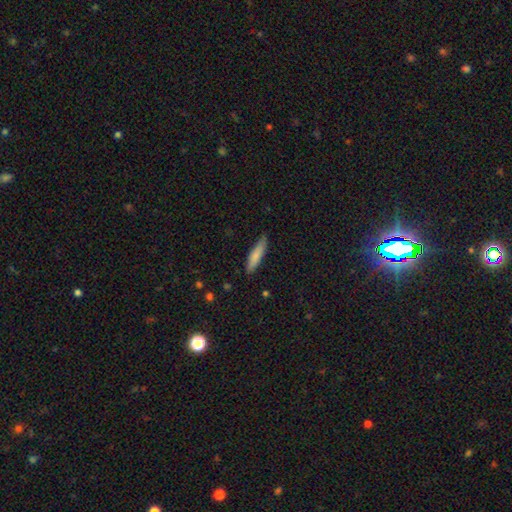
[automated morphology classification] The model was most divided on "how rounded": cigar-shaped: 80%, in between: 18%, round: 1%. More confident: merging — none (85%); smooth or featured — smooth (81%).